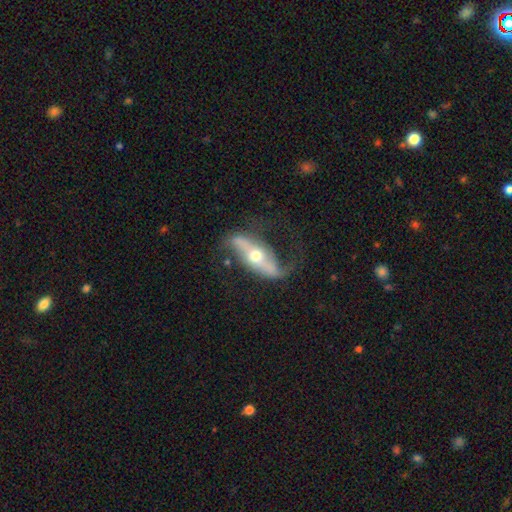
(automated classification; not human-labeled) smooth_or_featured: featured or disk (p=0.82) [alt: smooth p=0.13]
disk_edge_on: no (p=0.78) [alt: yes p=0.22]
bar: strong (p=0.42) [alt: no p=0.37]
has_spiral_arms: yes (p=0.89) [alt: no p=0.11]
spiral_winding: loose (p=0.74) [alt: medium p=0.18]
spiral_arm_count: 2 (p=0.88) [alt: 1 p=0.06]
bulge_size: moderate (p=0.70) [alt: small p=0.22]
merging: none (p=0.60) [alt: minor disturbance p=0.22]